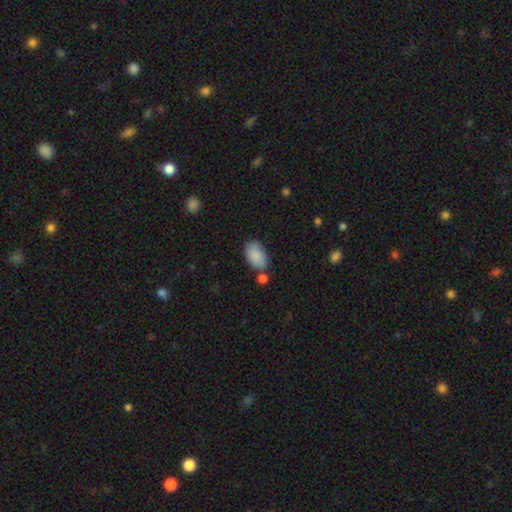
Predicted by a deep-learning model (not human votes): This is clearly a smooth galaxy (88%). How rounded: clearly in between (93%). Merging: likely none (66%).